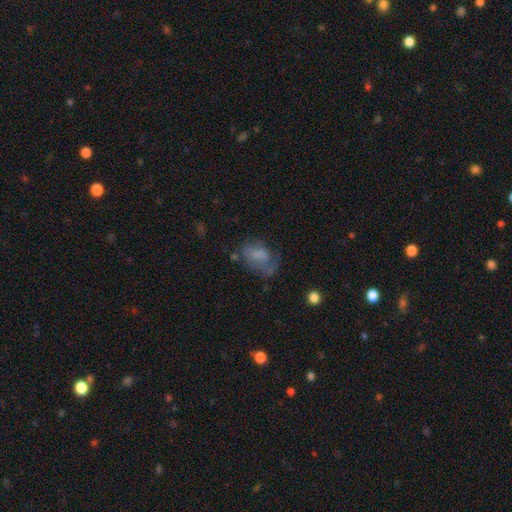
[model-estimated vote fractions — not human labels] Smooth or featured? Predicted: smooth (p=0.51). How rounded? Predicted: in between (p=0.82). Merging? Predicted: none (p=0.41).